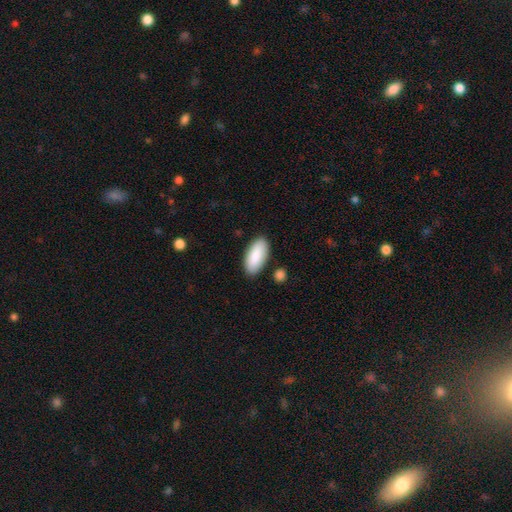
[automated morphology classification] This appears to be a smooth galaxy with no disk features (88%) that is in between round and cigar-shaped (90%). Merging: none (85%).